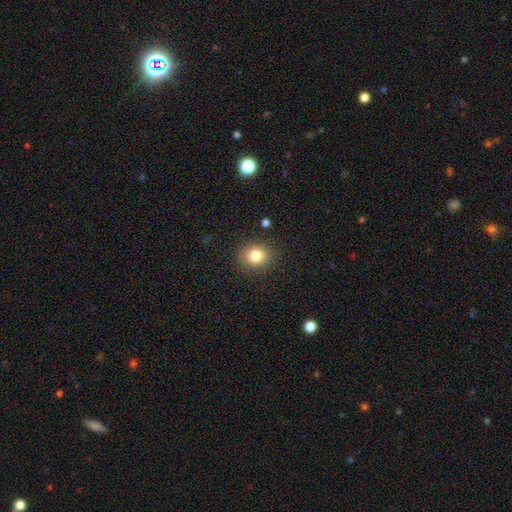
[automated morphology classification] Smooth or featured? smooth (82%)
How rounded? round (72%)
Merging? none (88%)